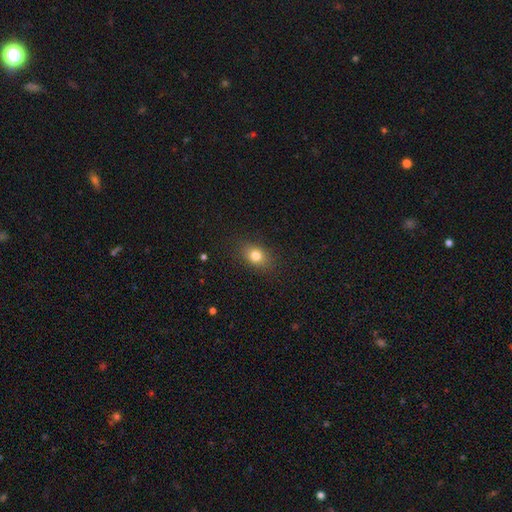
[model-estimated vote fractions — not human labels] smooth-or-featured: smooth: 79% | star or artifact: 12% | featured or disk: 9%
  how-rounded: in between: 65% | round: 33% | cigar-shaped: 2%
  merging: none: 86% | minor disturbance: 10% | major disturbance: 3% | merger: 1%